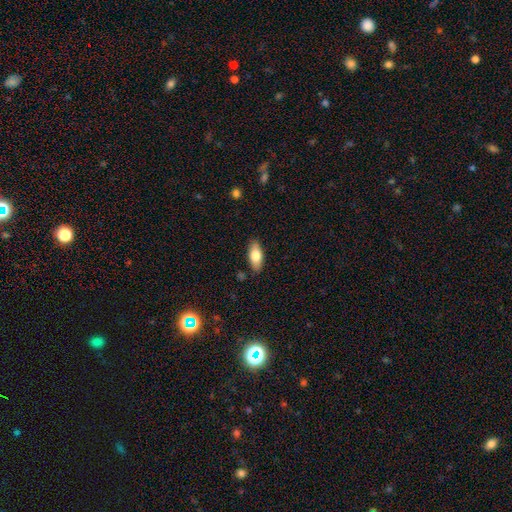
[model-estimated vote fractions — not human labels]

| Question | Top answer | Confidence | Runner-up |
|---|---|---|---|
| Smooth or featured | smooth | 75% | featured or disk (19%) |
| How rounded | in between | 85% | cigar-shaped (13%) |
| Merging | none | 86% | minor disturbance (10%) |